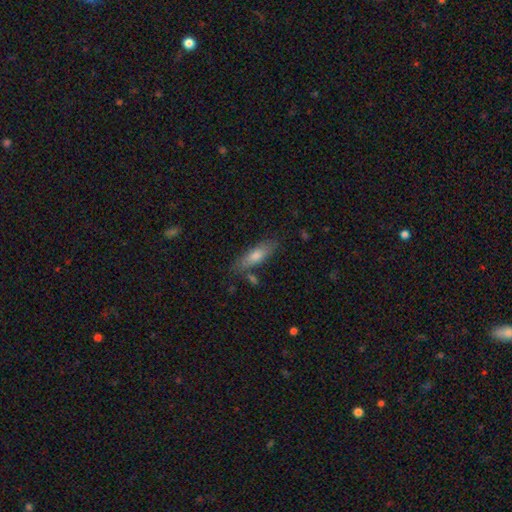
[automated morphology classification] Smooth or featured? smooth (69%)
How rounded? cigar-shaped (53%)
Merging? none (77%)